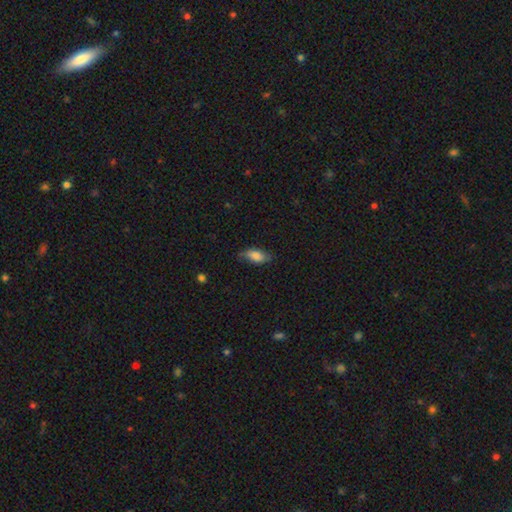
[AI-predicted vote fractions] smooth-or-featured: smooth: 78% | featured or disk: 15% | star or artifact: 8%
  how-rounded: in between: 86% | cigar-shaped: 10% | round: 4%
  merging: none: 67% | minor disturbance: 25% | major disturbance: 6% | merger: 1%